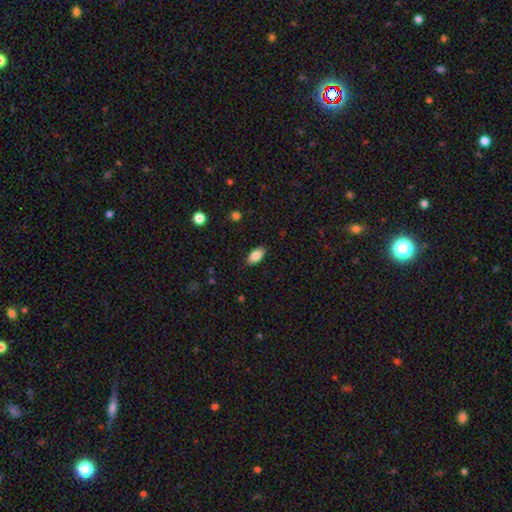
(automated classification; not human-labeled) This is clearly a smooth galaxy (84%). How rounded: clearly in between (92%). Merging: clearly none (87%).